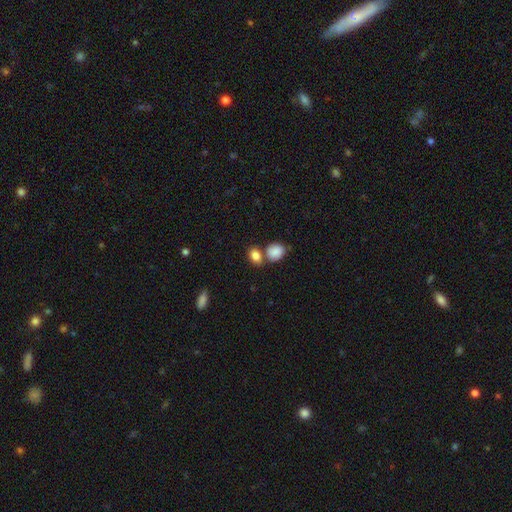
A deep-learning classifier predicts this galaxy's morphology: Smooth or featured? Predicted: smooth (p=0.86). How rounded? Predicted: in between (p=0.68). Merging? Predicted: none (p=0.53).